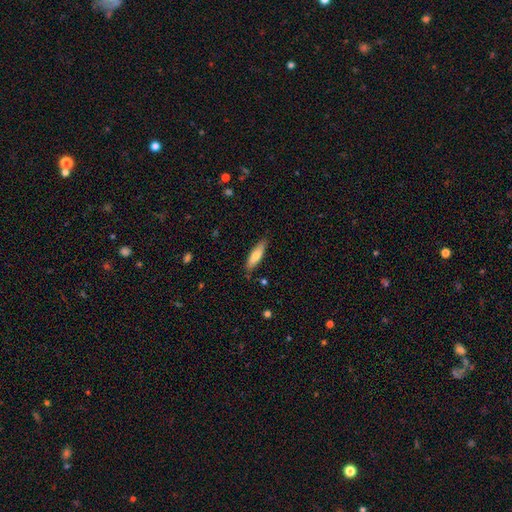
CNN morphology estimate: Smooth or featured? smooth (73%)
How rounded? cigar-shaped (56%)
Merging? none (82%)